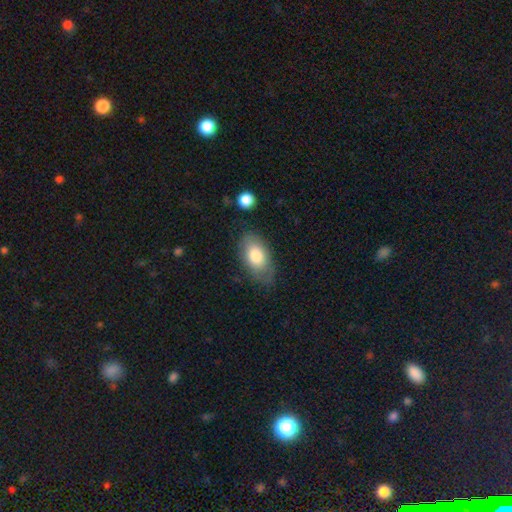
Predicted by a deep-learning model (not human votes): Smooth or featured: smooth — 78% (featured or disk — 16%)
How rounded: in between — 92% (round — 6%)
Merging: none — 70% (minor disturbance — 21%)